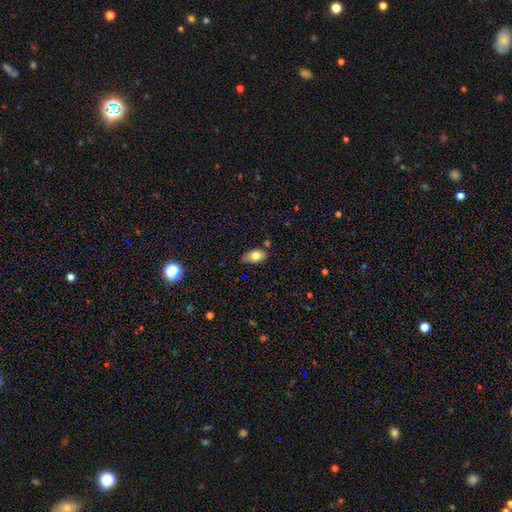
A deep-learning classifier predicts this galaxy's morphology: Smooth or featured? Predicted: smooth (p=0.75). How rounded? Predicted: in between (p=0.89). Merging? Predicted: none (p=0.75).